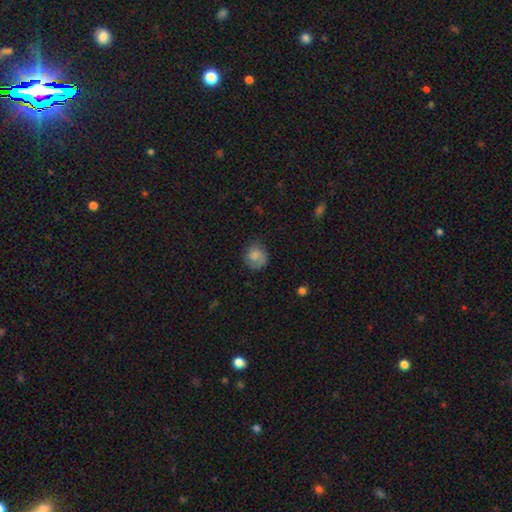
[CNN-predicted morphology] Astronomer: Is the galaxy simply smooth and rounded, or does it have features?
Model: smooth — 76%.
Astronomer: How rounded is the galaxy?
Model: round — 78%.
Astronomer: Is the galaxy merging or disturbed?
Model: none — 68%.